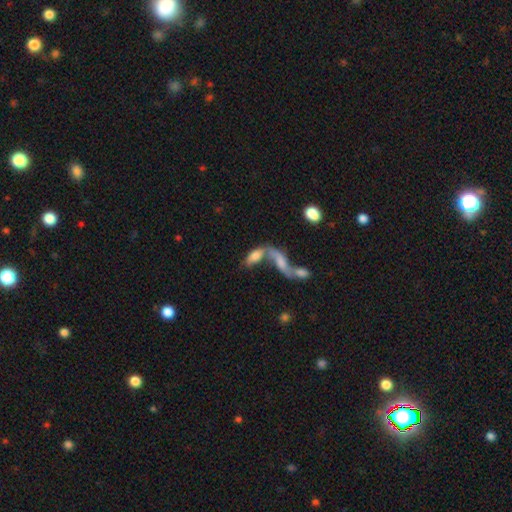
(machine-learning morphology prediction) type=smooth (62%); roundness=in between (76%); merging=merger (62%).